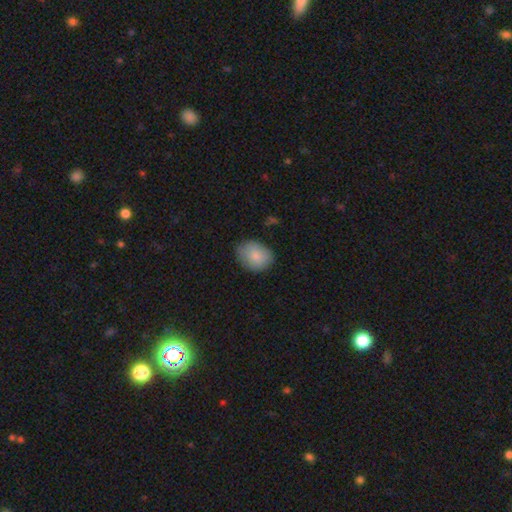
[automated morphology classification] Smooth or featured: smooth — 85% (featured or disk — 8%)
How rounded: in between — 63% (round — 36%)
Merging: none — 77% (minor disturbance — 18%)